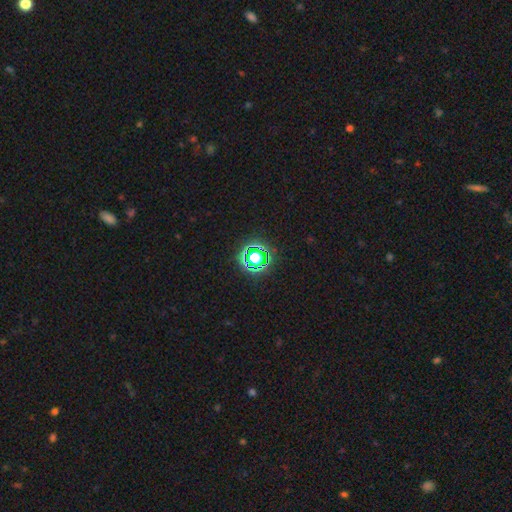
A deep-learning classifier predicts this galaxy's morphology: Smooth or featured? Predicted: star or artifact (p=0.60).